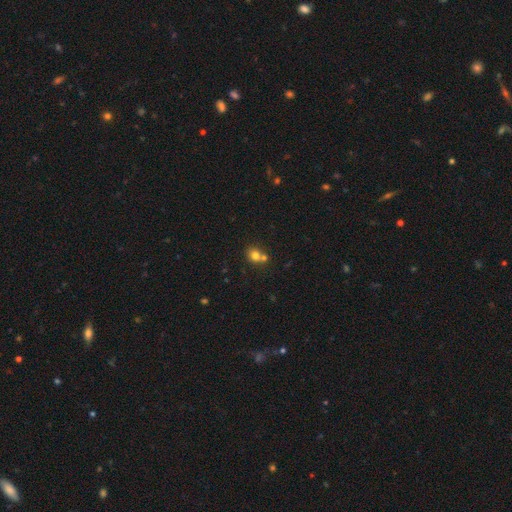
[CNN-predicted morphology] smooth 75%, star or artifact 13%, featured or disk 12%. Down the decision tree: how rounded — round (76%); merging — none (47%).